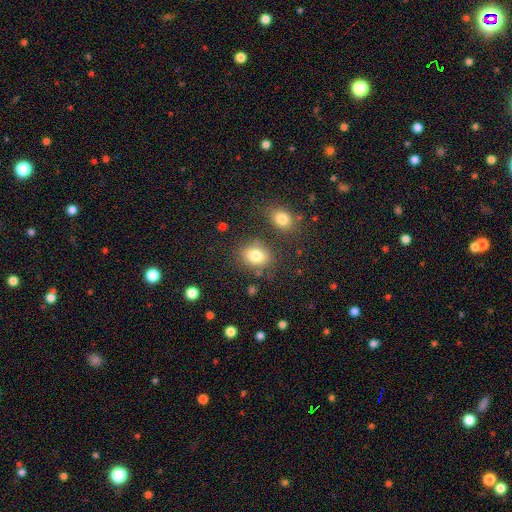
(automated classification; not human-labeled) A smooth galaxy with no disk features (81%) that is in between round and cigar-shaped (53%).

Vote fractions:
- Smooth or featured? smooth: 81% / star or artifact: 11% / featured or disk: 9%
- How rounded? in between: 53% / round: 45% / cigar-shaped: 1%
- Merging? none: 74% / minor disturbance: 13% / merger: 8% / major disturbance: 5%